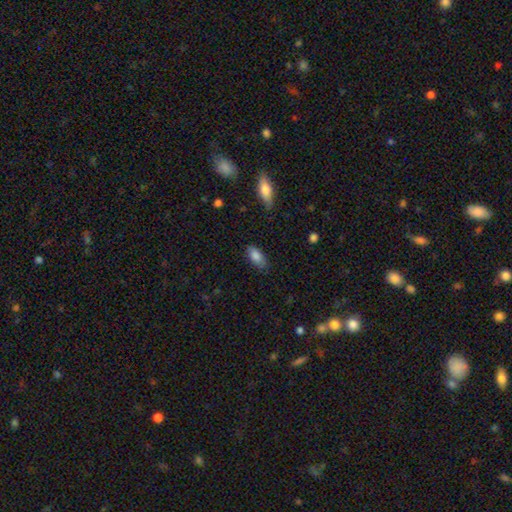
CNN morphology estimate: Smooth or featured? Predicted: smooth (p=0.84). How rounded? Predicted: in between (p=0.89). Merging? Predicted: none (p=0.78).